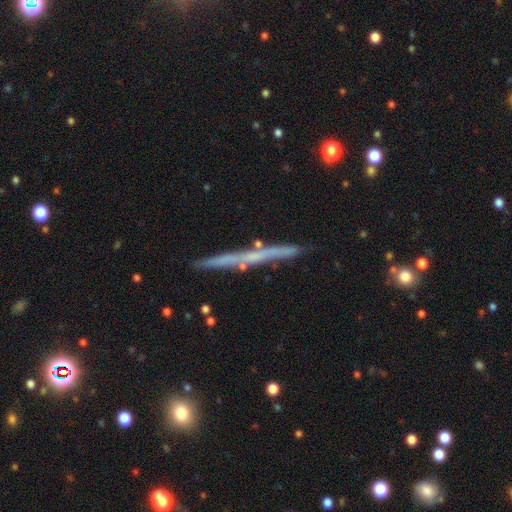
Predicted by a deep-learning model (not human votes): smooth-or-featured: featured or disk: 59% | smooth: 34% | star or artifact: 7%
  disk-edge-on: yes: 96% | no: 4%
    edge-on-bulge: none: 86% | rounded: 10% | boxy: 4%
  merging: none: 86% | minor disturbance: 10% | merger: 3% | major disturbance: 2%